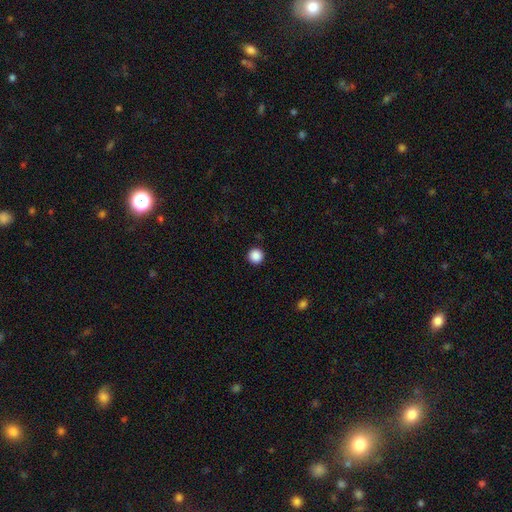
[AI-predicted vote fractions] Smooth or featured? smooth (88%)
How rounded? round (96%)
Merging? none (93%)